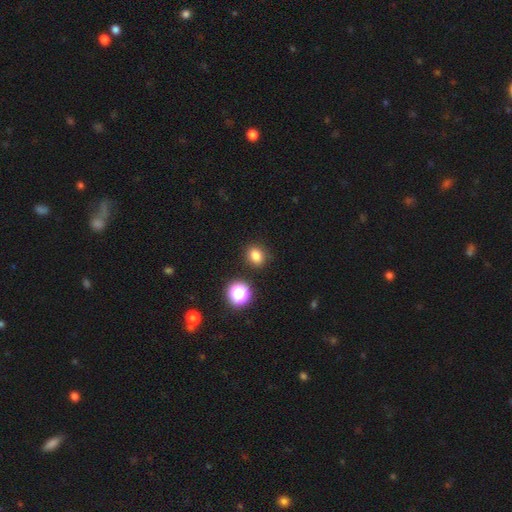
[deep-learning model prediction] Morphology: type=smooth (80%); roundness=round (58%); merging=none (86%).